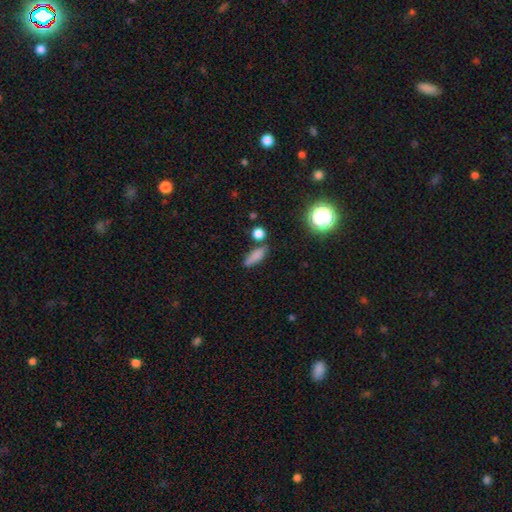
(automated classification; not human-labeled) smooth-or-featured: smooth: 78% | star or artifact: 12% | featured or disk: 10%
  how-rounded: in between: 56% | cigar-shaped: 38% | round: 6%
  merging: none: 66% | minor disturbance: 18% | merger: 11% | major disturbance: 5%